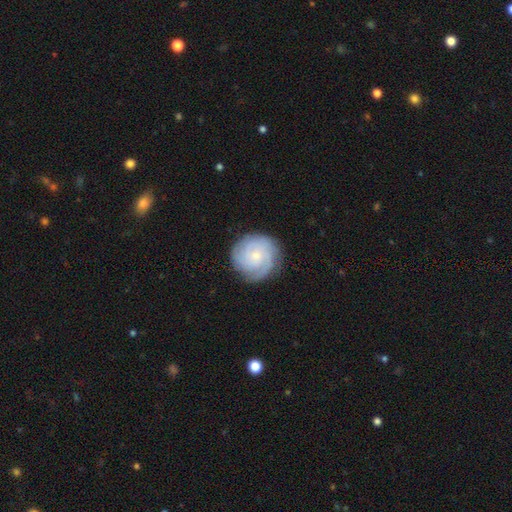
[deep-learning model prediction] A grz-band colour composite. It shows a featured or disk galaxy (74%) with no bar (76%), 3 (31%) tight (71%) spiral arms (95%) and a small central bulge (72%). Merging: none (83%).